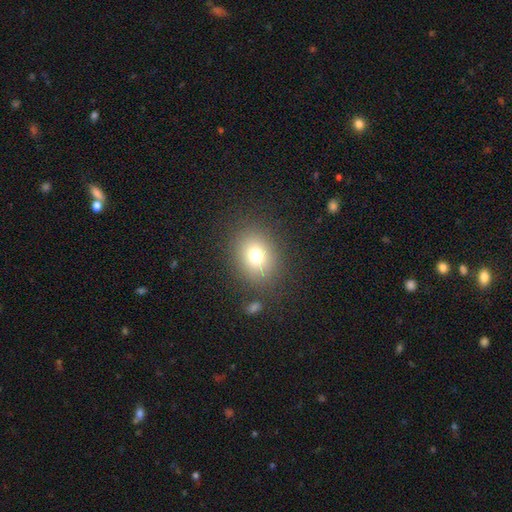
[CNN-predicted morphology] smooth-or-featured: smooth: 74% | star or artifact: 14% | featured or disk: 12%
  how-rounded: round: 56% | in between: 43% | cigar-shaped: 1%
  merging: none: 83% | minor disturbance: 10% | major disturbance: 5% | merger: 3%